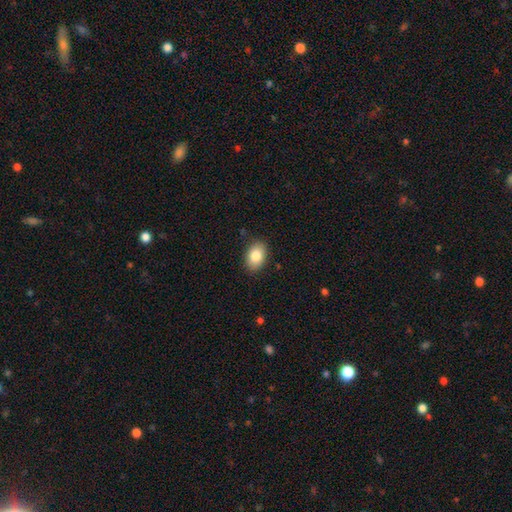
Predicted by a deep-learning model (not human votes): A smooth galaxy with no disk features (83%) that is in between round and cigar-shaped (84%). Merging: none (87%).